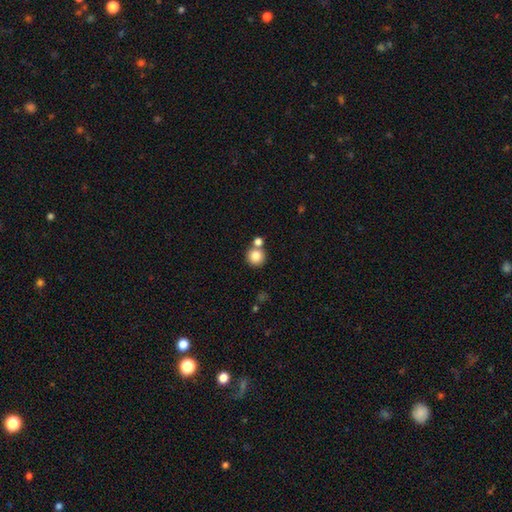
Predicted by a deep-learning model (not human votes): Overall: smooth (82%). How rounded: round (93%). Merging: none (63%; merger 27%).